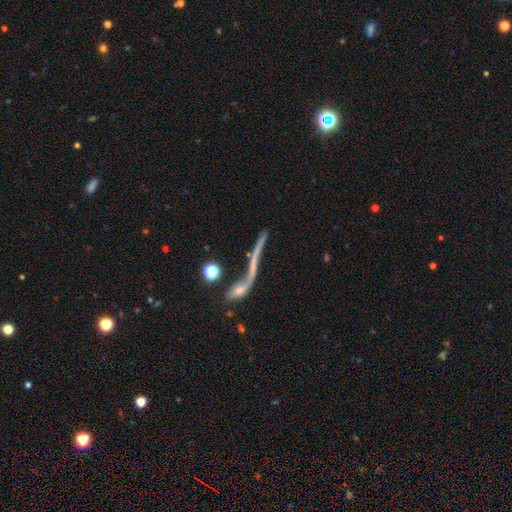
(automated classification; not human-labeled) smooth_or_featured: featured or disk (p=0.54) [alt: smooth p=0.29]
disk_edge_on: yes (p=0.61) [alt: no p=0.39]
merging: none (p=0.40) [alt: merger p=0.29]